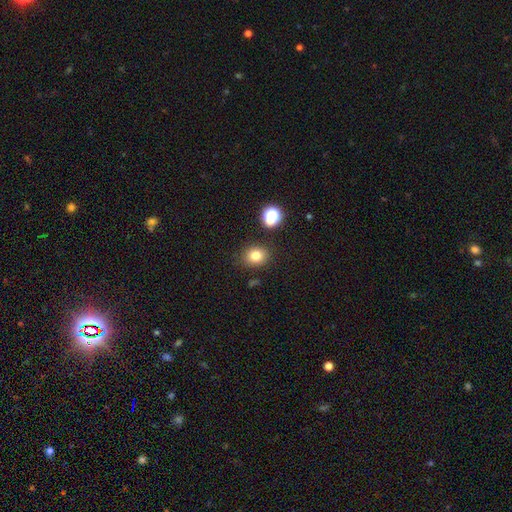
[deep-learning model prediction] smooth_or_featured: smooth (p=0.79) [alt: star or artifact p=0.14]
how_rounded: round (p=0.65) [alt: in between p=0.34]
merging: none (p=0.84) [alt: minor disturbance p=0.09]